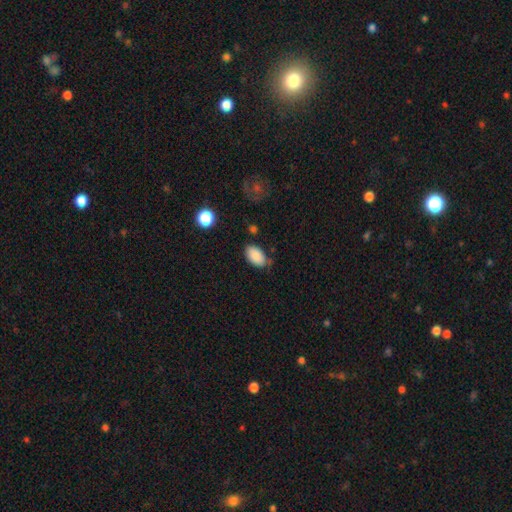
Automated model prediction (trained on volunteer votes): Overall: smooth (88%). How rounded: in between (92%). Merging: none (68%).